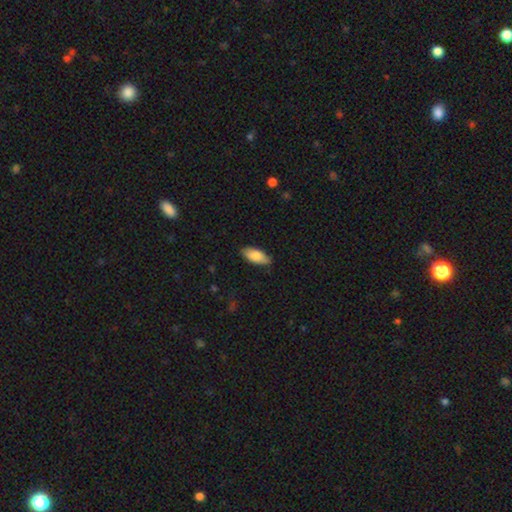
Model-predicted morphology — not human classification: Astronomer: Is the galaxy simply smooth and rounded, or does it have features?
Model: smooth — 85%.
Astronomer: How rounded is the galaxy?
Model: in between — 86%.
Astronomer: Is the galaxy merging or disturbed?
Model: none — 84%.